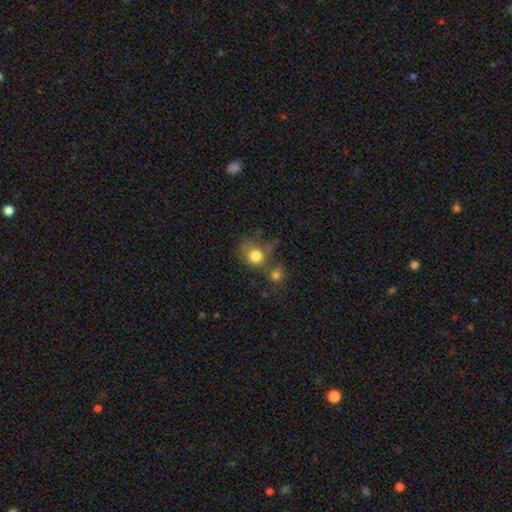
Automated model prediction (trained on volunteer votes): Smooth or featured?
  - smooth: 78% *
  - featured or disk: 11%
  - star or artifact: 11%
How rounded?
  - round: 75% *
  - in between: 24%
  - cigar-shaped: 1%
Merging?
  - none: 41% *
  - merger: 32%
  - minor disturbance: 16%
  - major disturbance: 11%